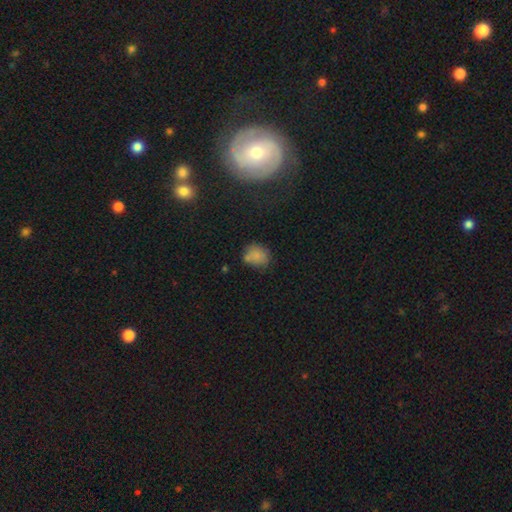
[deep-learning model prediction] smooth-or-featured: smooth: 77% | star or artifact: 13% | featured or disk: 10%
  how-rounded: round: 60% | in between: 39% | cigar-shaped: 1%
  merging: none: 60% | minor disturbance: 22% | merger: 11% | major disturbance: 7%